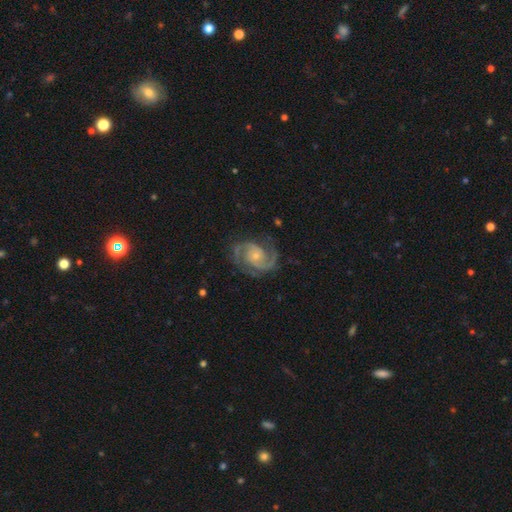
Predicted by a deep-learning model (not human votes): Q: Smooth or featured?
A: featured or disk (91%); runner-up: smooth (5%)
Q: Edge-on disk?
A: no (98%); runner-up: yes (2%)
Q: Bar?
A: no (66%); runner-up: weak (27%)
Q: Spiral arms?
A: yes (98%); runner-up: no (2%)
Q: Spiral winding?
A: medium (57%); runner-up: tight (28%)
Q: Spiral arm count?
A: 2 (86%); runner-up: 3 (6%)
Q: Bulge size?
A: small (68%); runner-up: moderate (26%)
Q: Merging?
A: none (76%); runner-up: minor disturbance (15%)